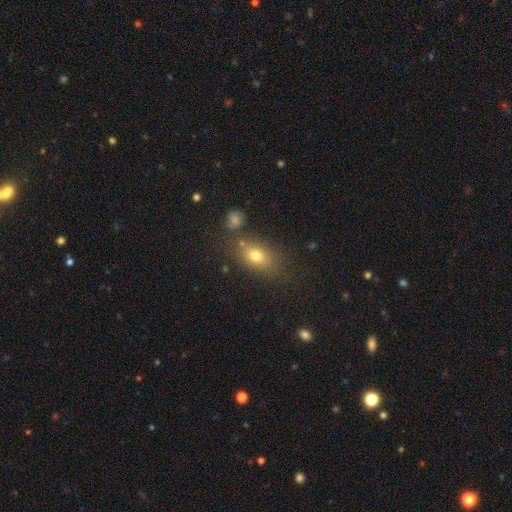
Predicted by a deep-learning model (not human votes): Q: Smooth or featured?
A: smooth (72%); runner-up: star or artifact (14%)
Q: How rounded?
A: in between (75%); runner-up: round (21%)
Q: Merging?
A: none (72%); runner-up: minor disturbance (14%)